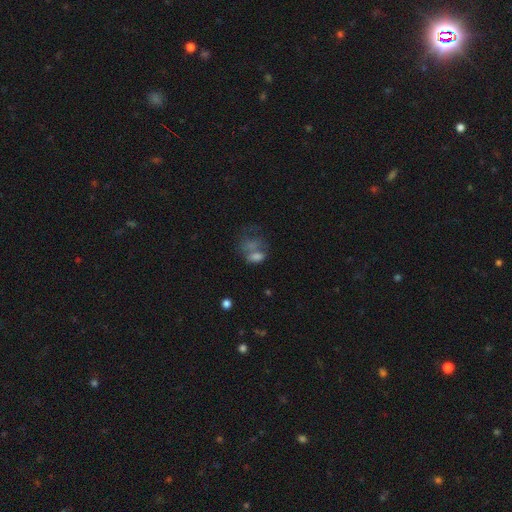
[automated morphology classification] A smooth galaxy with no disk features (58%) that is in between round and cigar-shaped (73%).

Vote fractions:
- Smooth or featured? smooth: 58% / featured or disk: 25% / star or artifact: 17%
- How rounded? in between: 73% / round: 24% / cigar-shaped: 3%
- Merging? merger: 41% / none: 24% / major disturbance: 21% / minor disturbance: 13%